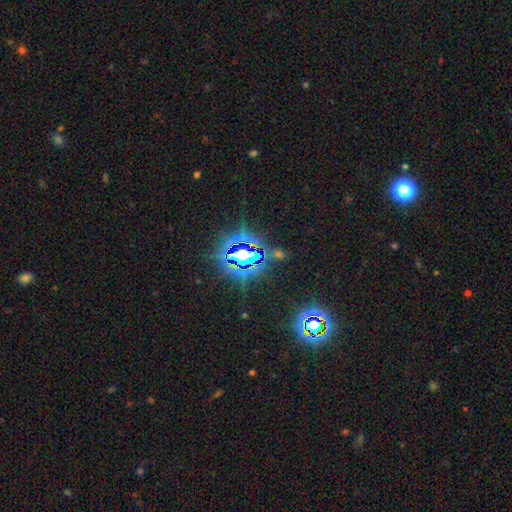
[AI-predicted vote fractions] star or artifact 83%, smooth 10%, featured or disk 7%.